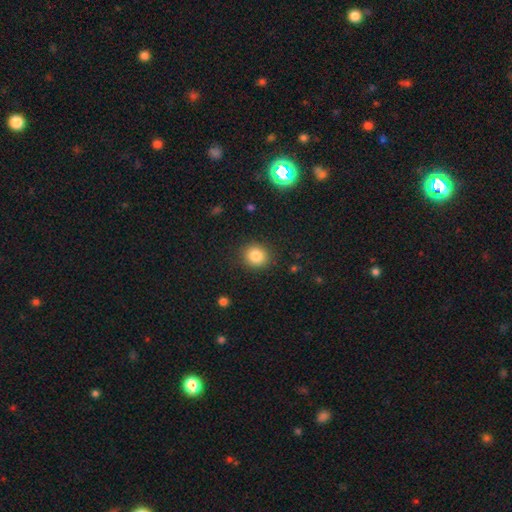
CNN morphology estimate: Smooth or featured?
  - smooth: 84% *
  - star or artifact: 11%
  - featured or disk: 6%
How rounded?
  - round: 78% *
  - in between: 21%
  - cigar-shaped: 1%
Merging?
  - none: 89% *
  - minor disturbance: 8%
  - major disturbance: 3%
  - merger: 1%